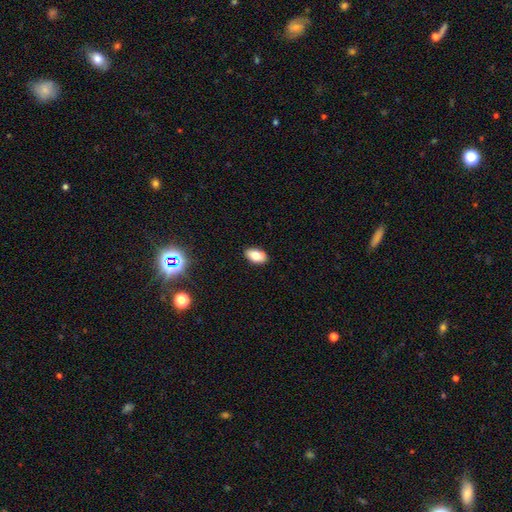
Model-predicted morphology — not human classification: Smooth or featured? Predicted: smooth (p=0.78). How rounded? Predicted: in between (p=0.92). Merging? Predicted: none (p=0.86).